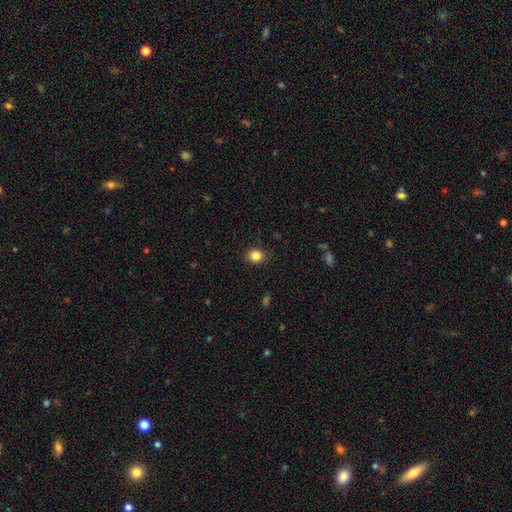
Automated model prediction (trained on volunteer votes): Morphology: type=smooth (84%); roundness=round (78%); merging=none (90%).